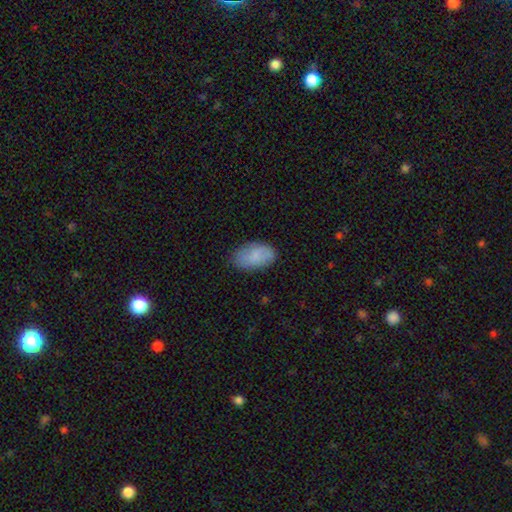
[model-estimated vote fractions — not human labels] This appears to be a smooth galaxy with no disk features (81%) that is in between round and cigar-shaped (94%). Merging: none (79%).